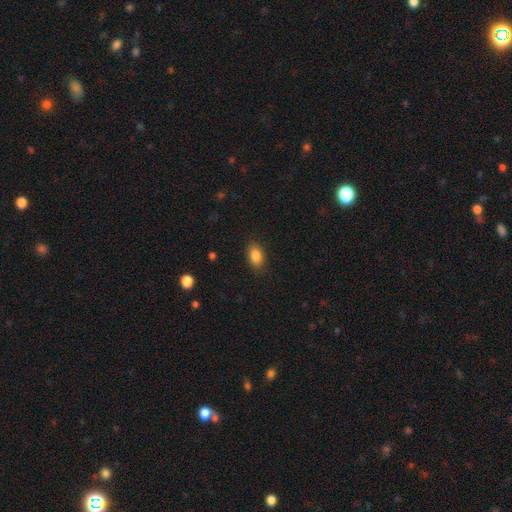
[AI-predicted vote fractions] smooth-or-featured: smooth: 86% | star or artifact: 8% | featured or disk: 6%
  how-rounded: in between: 89% | round: 9% | cigar-shaped: 3%
  merging: none: 85% | minor disturbance: 11% | major disturbance: 3% | merger: 1%